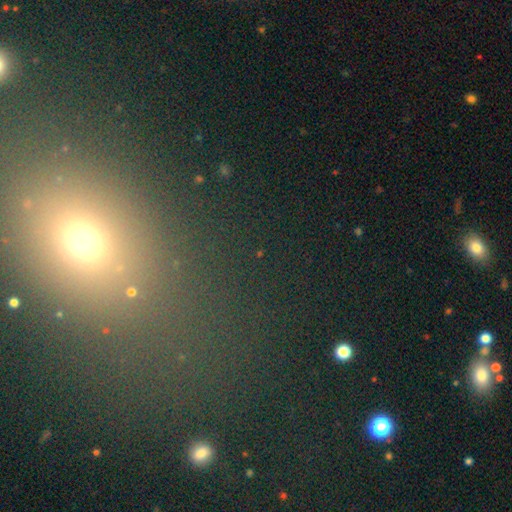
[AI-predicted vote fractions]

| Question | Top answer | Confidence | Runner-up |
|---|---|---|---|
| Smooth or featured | star or artifact | 46% | smooth (43%) |